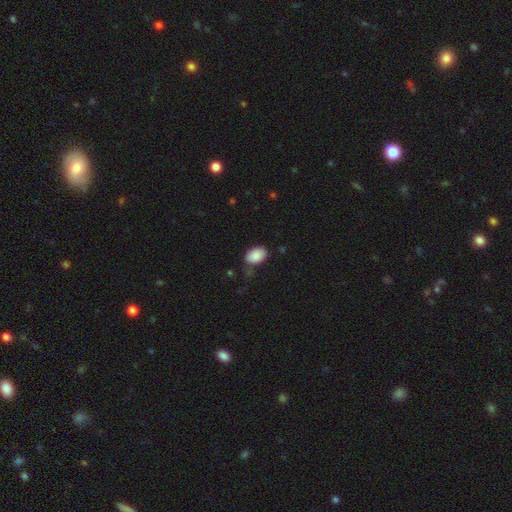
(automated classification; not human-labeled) Q: Smooth or featured?
A: smooth (87%); runner-up: star or artifact (7%)
Q: How rounded?
A: in between (86%); runner-up: round (13%)
Q: Merging?
A: none (71%); runner-up: minor disturbance (21%)